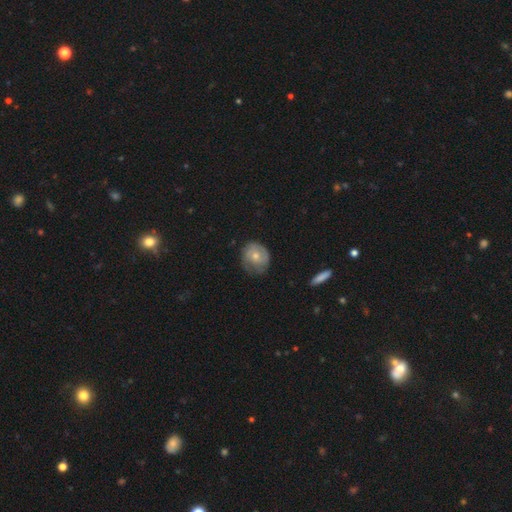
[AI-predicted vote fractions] Q: Smooth or featured?
A: smooth (52%); runner-up: featured or disk (41%)
Q: How rounded?
A: round (73%); runner-up: in between (25%)
Q: Merging?
A: none (61%); runner-up: minor disturbance (29%)